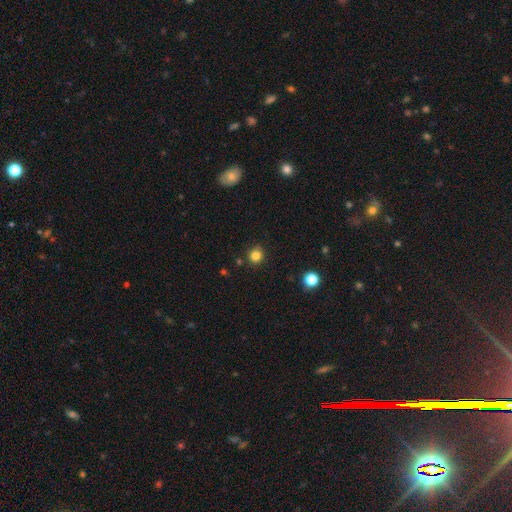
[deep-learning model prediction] This appears to be a smooth galaxy with no disk features (82%) that is round (92%). Merging: none (88%).